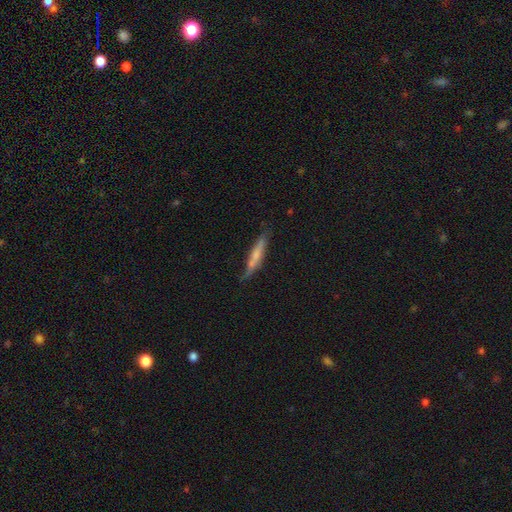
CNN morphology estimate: smooth-or-featured: smooth: 56% | featured or disk: 38% | star or artifact: 6%
  how-rounded: cigar-shaped: 90% | in between: 8% | round: 2%
  merging: none: 65% | minor disturbance: 25% | major disturbance: 6% | merger: 4%